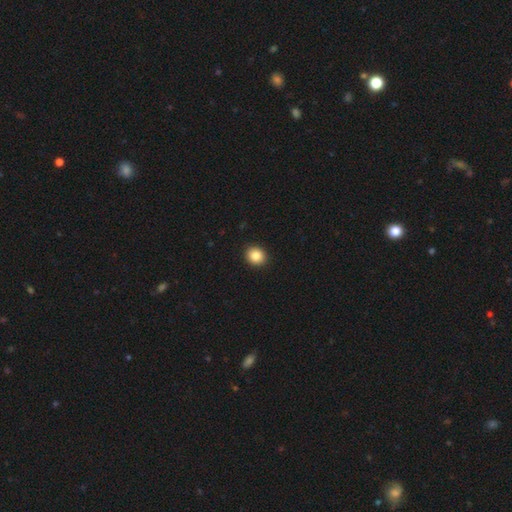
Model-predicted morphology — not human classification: The model was most divided on "how rounded": round: 77%, in between: 22%, cigar-shaped: 1%. More confident: merging — none (93%); smooth or featured — smooth (86%).